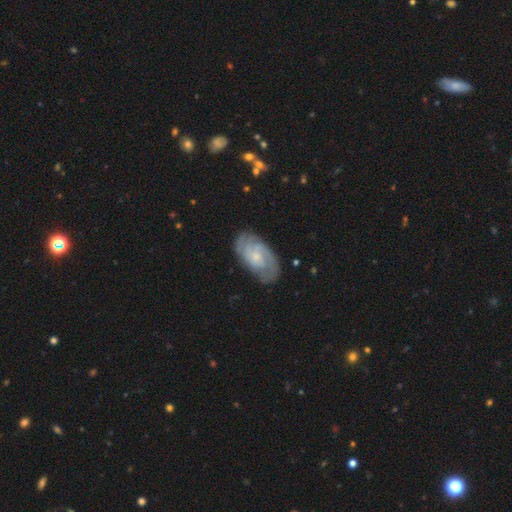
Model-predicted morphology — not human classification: A featured or disk galaxy (78%) with no bar (64%), 2 (39%) tight (59%) spiral arms (94%) and a small central bulge (65%). Merging: none (77%).